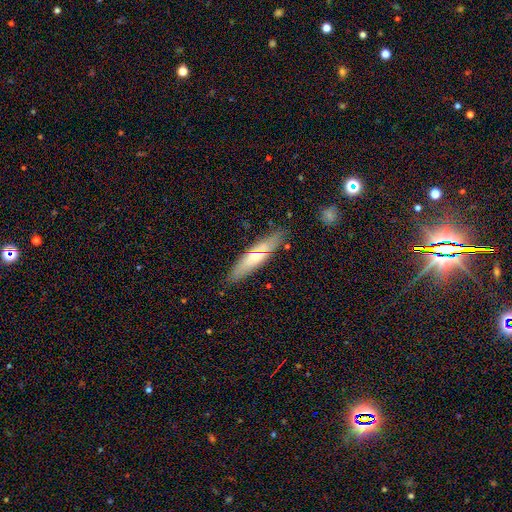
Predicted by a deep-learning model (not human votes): Q: Smooth or featured?
A: smooth (54%); runner-up: featured or disk (38%)
Q: How rounded?
A: cigar-shaped (72%); runner-up: in between (25%)
Q: Merging?
A: none (86%); runner-up: minor disturbance (10%)